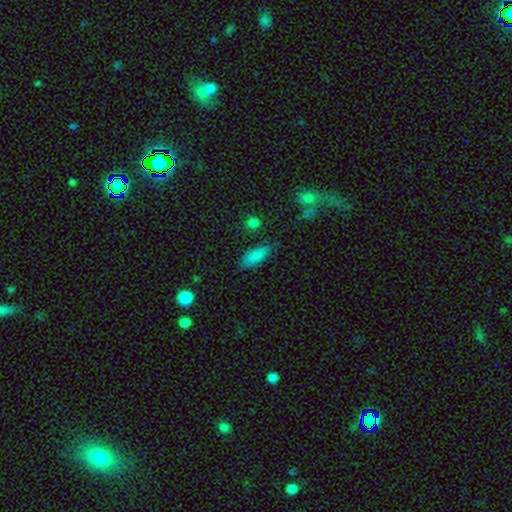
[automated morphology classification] Smooth or featured? smooth (84%)
How rounded? in between (73%)
Merging? none (78%)